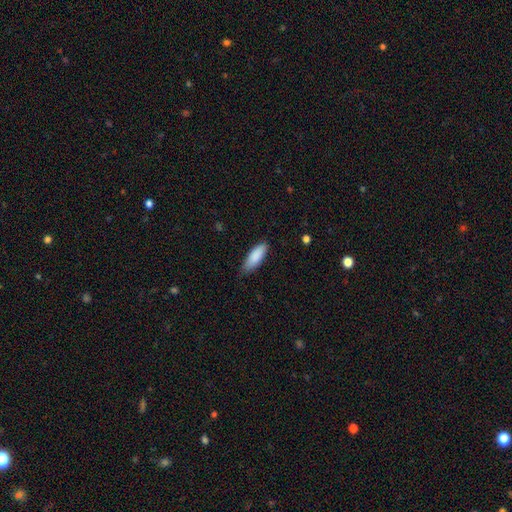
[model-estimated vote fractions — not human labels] The model was most divided on "how rounded": in between: 67%, cigar-shaped: 32%, round: 2%. More confident: smooth or featured — smooth (88%); merging — none (75%).